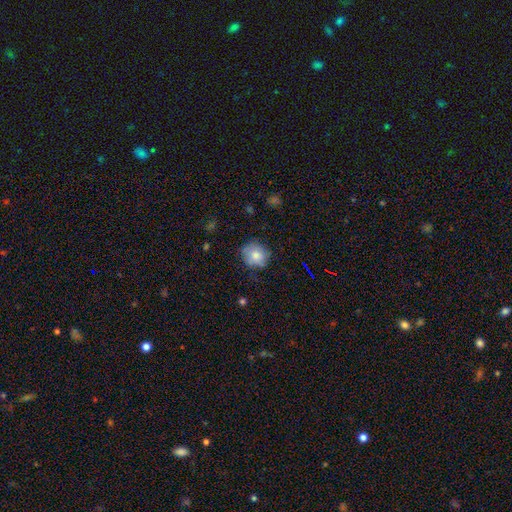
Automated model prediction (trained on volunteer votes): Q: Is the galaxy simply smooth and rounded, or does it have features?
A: smooth — 79%.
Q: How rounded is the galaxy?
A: round — 82%.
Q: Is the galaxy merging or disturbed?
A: none — 71%.